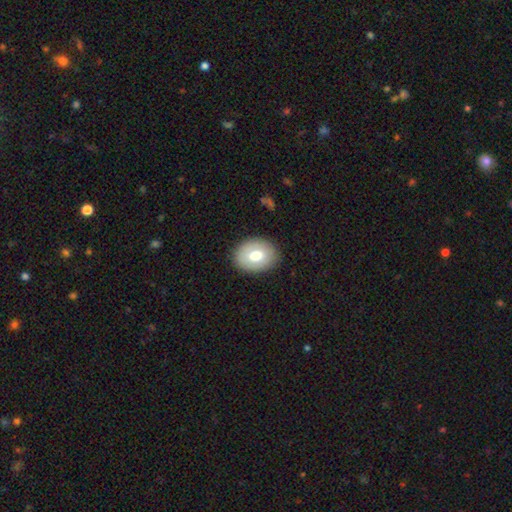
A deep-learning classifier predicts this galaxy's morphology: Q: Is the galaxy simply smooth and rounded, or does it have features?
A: smooth — 69%.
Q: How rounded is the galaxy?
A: in between — 65%.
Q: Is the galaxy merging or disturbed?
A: none — 86%.